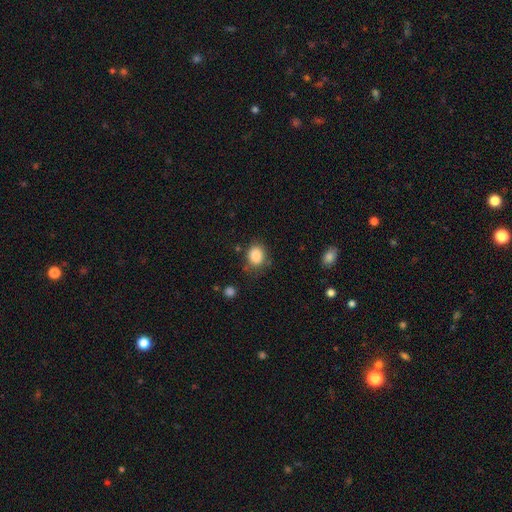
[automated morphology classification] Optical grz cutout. It shows a smooth galaxy with no disk features (85%) that is round (59%). Merging: none (75%).